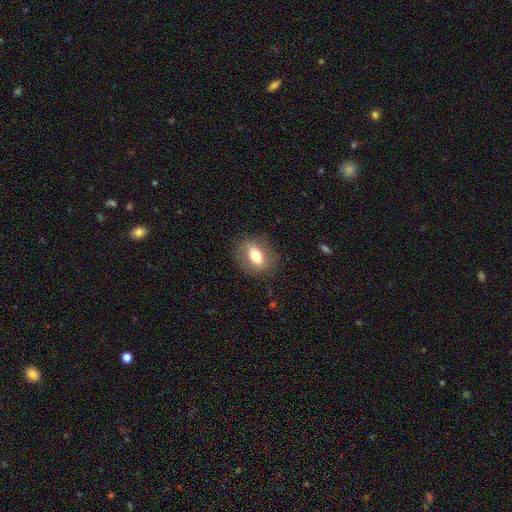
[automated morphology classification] A smooth galaxy with no disk features (69%) that is in between round and cigar-shaped (72%). Merging: none (82%).